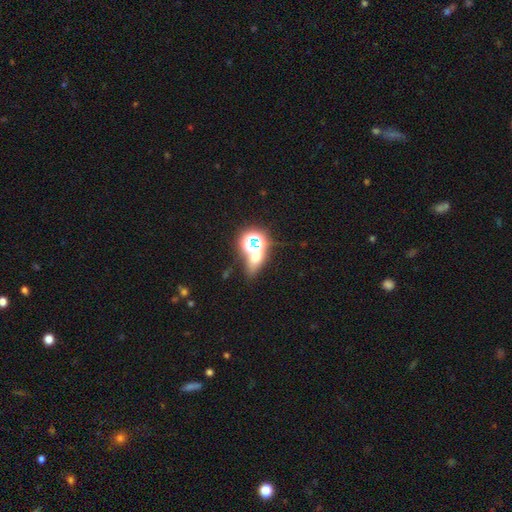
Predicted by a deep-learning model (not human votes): smooth-or-featured: star or artifact: 44% | smooth: 43% | featured or disk: 14%